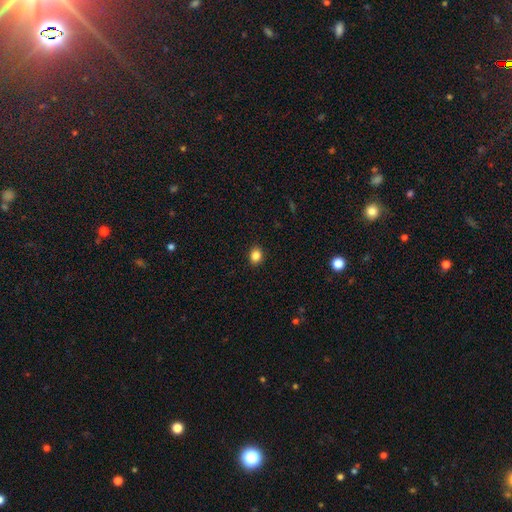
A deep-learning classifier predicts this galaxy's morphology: smooth 85%, star or artifact 11%, featured or disk 4%. Down the decision tree: how rounded — round (57%); merging — none (90%).